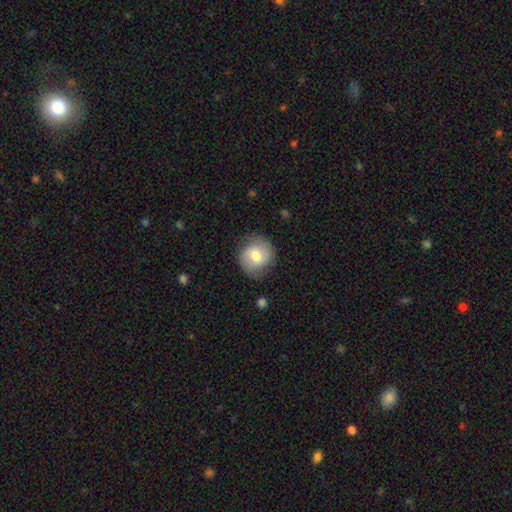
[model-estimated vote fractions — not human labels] This appears to be a smooth galaxy with no disk features (57%) that is round (83%). Merging: none (76%).